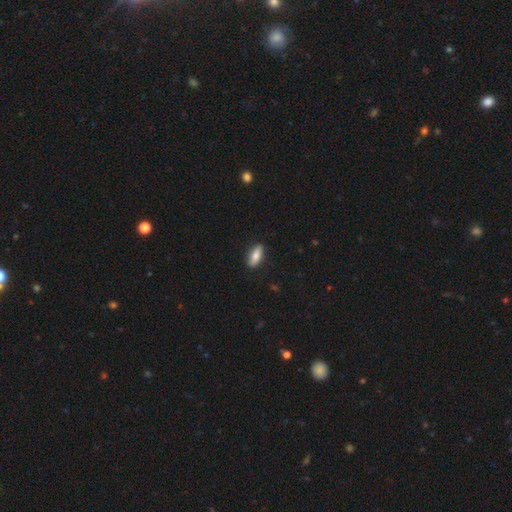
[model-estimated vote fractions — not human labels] A smooth galaxy with no disk features (76%) that is in between round and cigar-shaped (72%).

Vote fractions:
- Smooth or featured? smooth: 76% / featured or disk: 19% / star or artifact: 6%
- How rounded? in between: 72% / cigar-shaped: 25% / round: 3%
- Merging? none: 87% / minor disturbance: 10% / major disturbance: 2% / merger: 1%